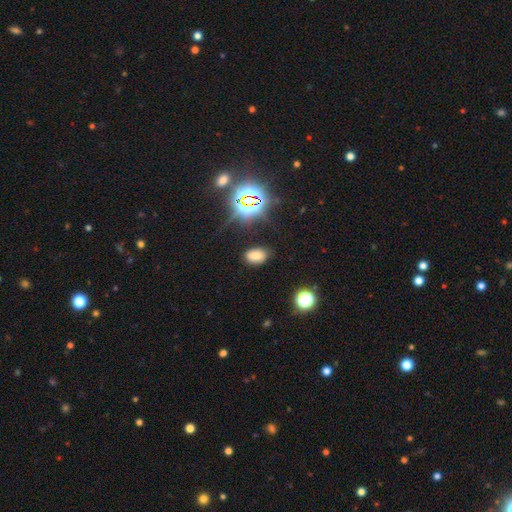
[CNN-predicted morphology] A smooth galaxy with no disk features (69%) that is in between round and cigar-shaped (84%). Merging: none (82%).